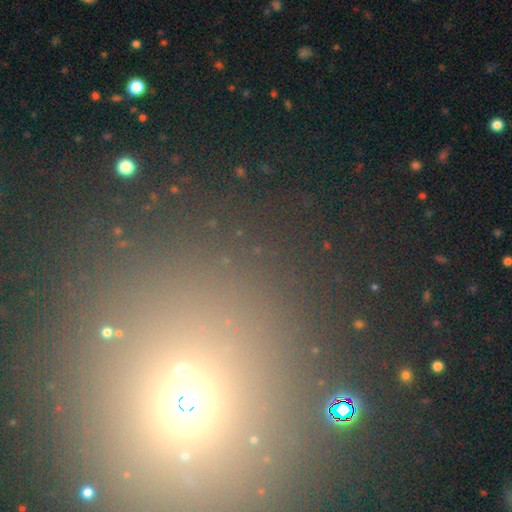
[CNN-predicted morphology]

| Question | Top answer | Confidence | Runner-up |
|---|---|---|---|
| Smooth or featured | star or artifact | 61% | smooth (31%) |